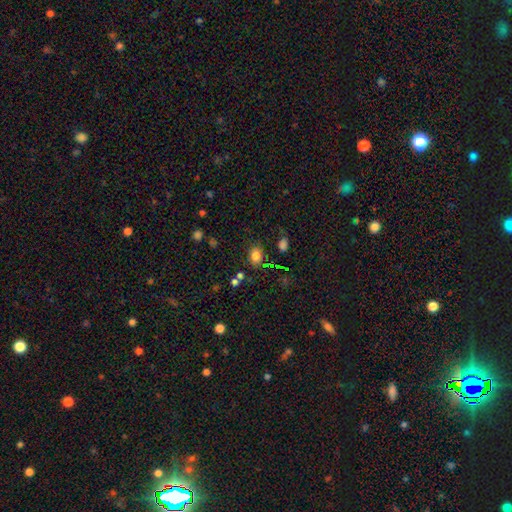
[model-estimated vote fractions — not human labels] Smooth or featured?
  - smooth: 80% *
  - star or artifact: 14%
  - featured or disk: 6%
How rounded?
  - in between: 68% *
  - round: 31%
  - cigar-shaped: 1%
Merging?
  - none: 77% *
  - minor disturbance: 14%
  - merger: 5%
  - major disturbance: 5%